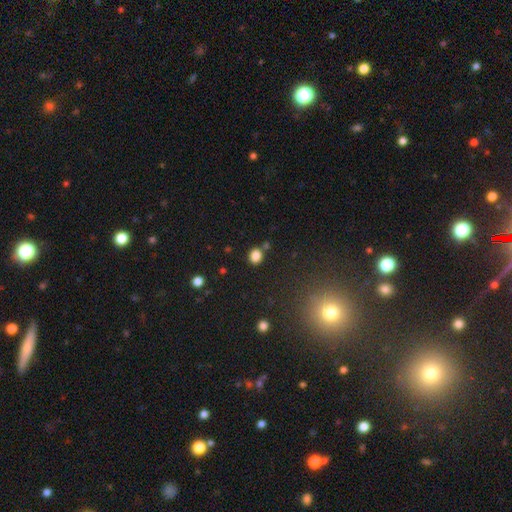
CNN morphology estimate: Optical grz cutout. It shows a smooth galaxy with no disk features (83%) that is round (64%). Merging: none (76%).